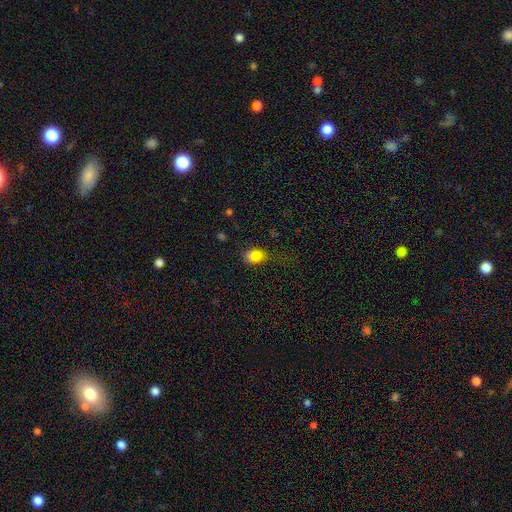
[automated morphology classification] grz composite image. It shows a smooth galaxy with no disk features (72%) that is in between round and cigar-shaped (57%). Merging: none (42%).